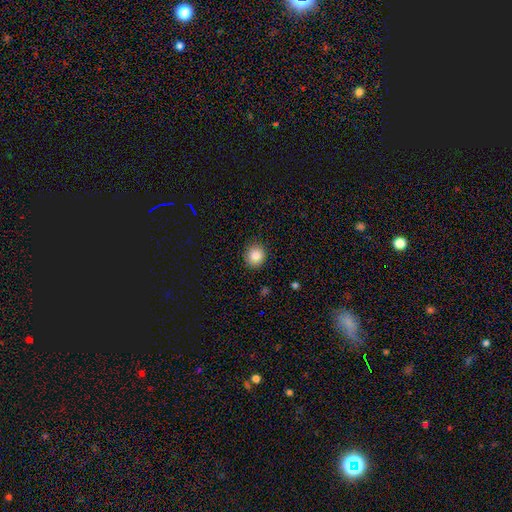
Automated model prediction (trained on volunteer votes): smooth 84%, star or artifact 10%, featured or disk 6%. Down the decision tree: how rounded — round (87%); merging — none (89%).